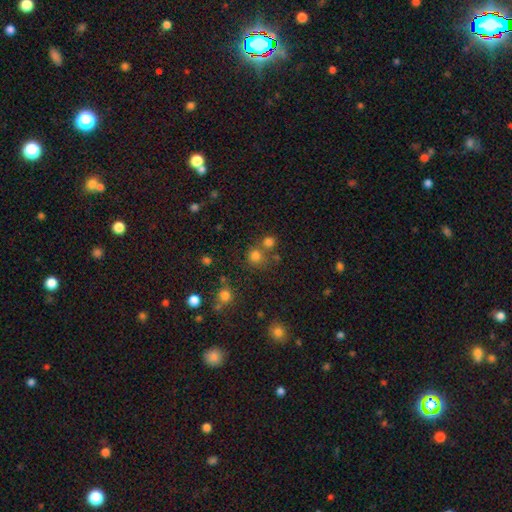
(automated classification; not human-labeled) Morphology: type=smooth (75%); roundness=round (89%); merging=none (65%).